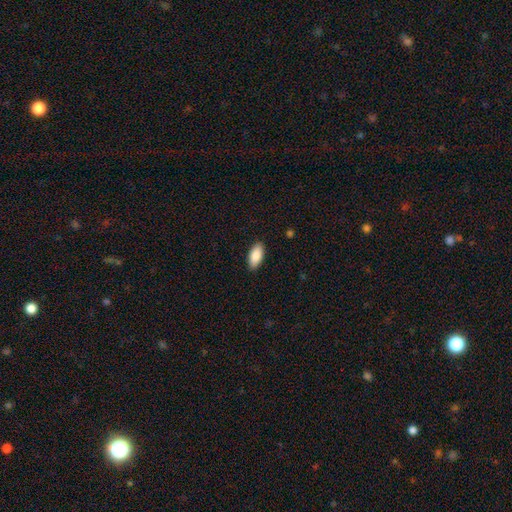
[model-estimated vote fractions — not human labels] This appears to be a smooth galaxy with no disk features (87%) that is in between round and cigar-shaped (90%). Merging: none (89%).